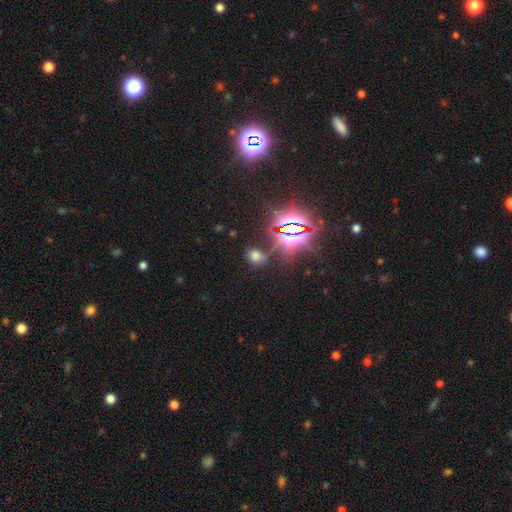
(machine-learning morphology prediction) smooth 48%, star or artifact 43%, featured or disk 8%. Down the decision tree: merging — none (67%).